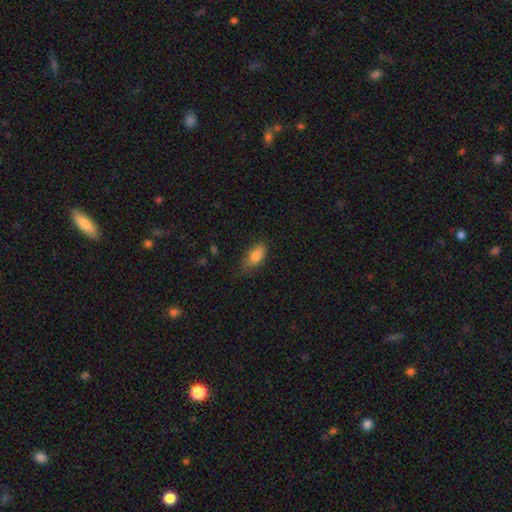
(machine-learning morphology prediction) This is clearly a smooth galaxy (83%). How rounded: clearly in between (89%). Merging: likely none (73%).